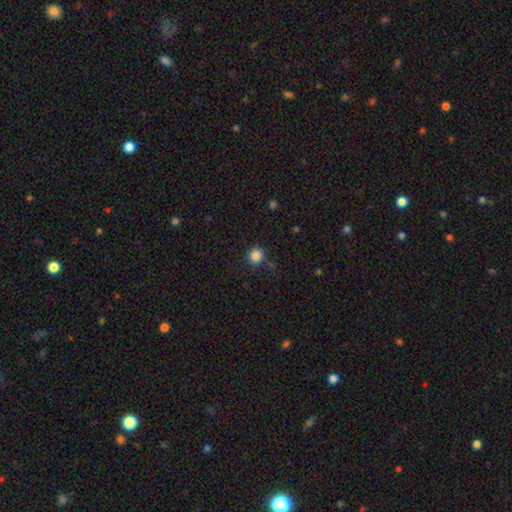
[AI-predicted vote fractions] Overall: smooth (85%). How rounded: round (89%). Merging: none (83%).